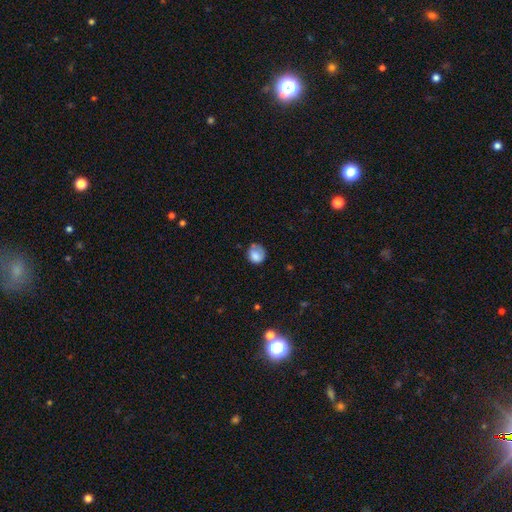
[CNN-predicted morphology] Smooth or featured?
  - smooth: 76% *
  - featured or disk: 15%
  - star or artifact: 9%
How rounded?
  - round: 71% *
  - in between: 28%
  - cigar-shaped: 1%
Merging?
  - none: 52% *
  - minor disturbance: 30%
  - major disturbance: 15%
  - merger: 3%